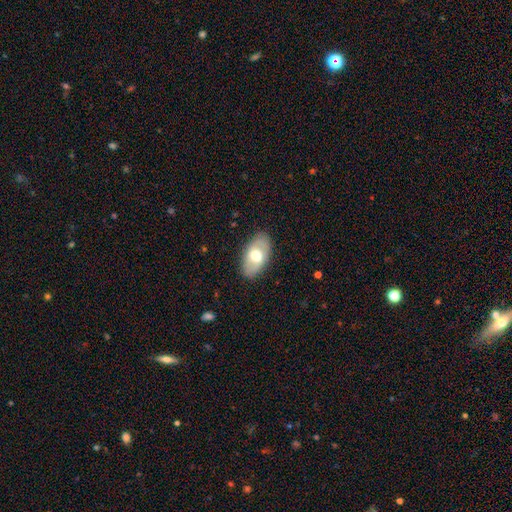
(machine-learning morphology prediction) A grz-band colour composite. It shows a smooth galaxy with no disk features (60%) that is in between round and cigar-shaped (93%). Merging: none (85%).